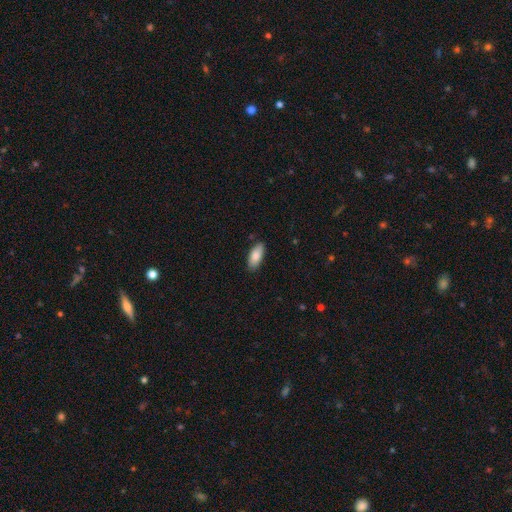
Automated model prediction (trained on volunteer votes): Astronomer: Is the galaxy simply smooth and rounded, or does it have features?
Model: smooth — 85%.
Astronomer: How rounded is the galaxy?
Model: in between — 85%.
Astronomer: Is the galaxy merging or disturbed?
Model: none — 86%.